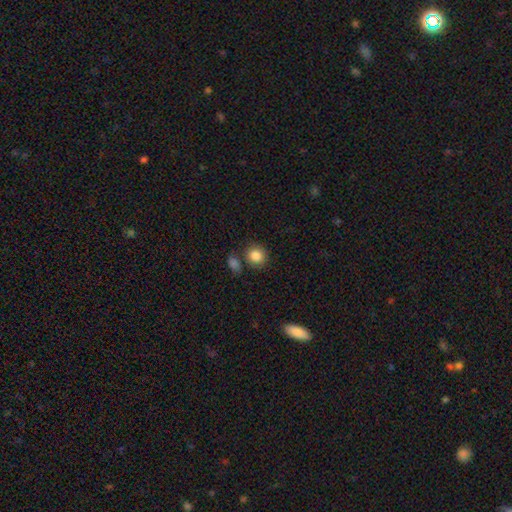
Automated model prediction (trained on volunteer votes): Morphology: type=smooth (86%); roundness=round (83%); merging=none (75%).